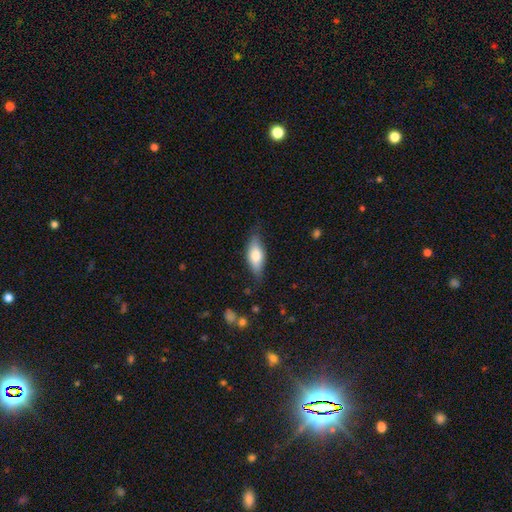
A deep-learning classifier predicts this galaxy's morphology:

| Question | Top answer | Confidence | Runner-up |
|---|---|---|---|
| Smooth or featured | smooth | 69% | featured or disk (24%) |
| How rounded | in between | 77% | cigar-shaped (21%) |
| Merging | none | 72% | minor disturbance (22%) |